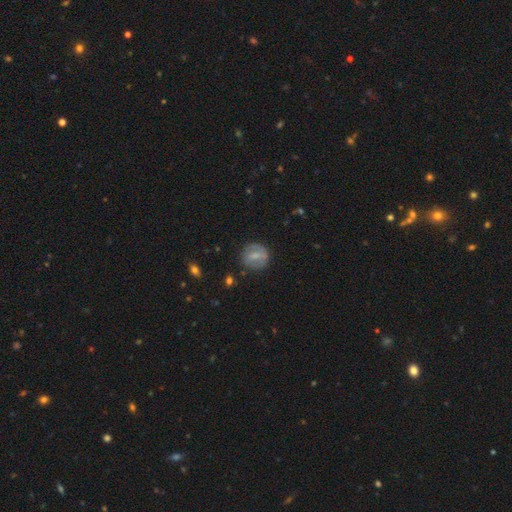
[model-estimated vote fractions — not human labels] A smooth galaxy with no disk features (55%) that is round (81%). Merging: none (77%).